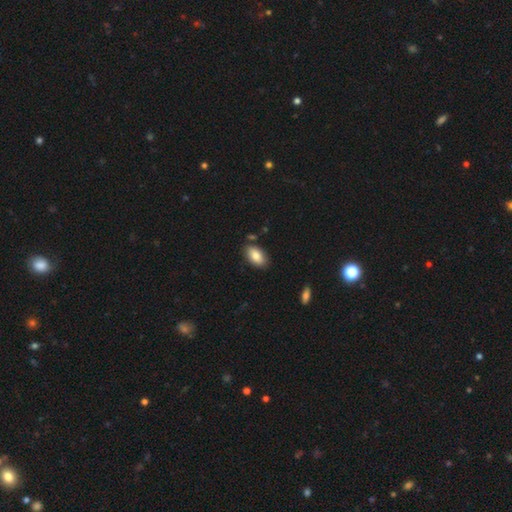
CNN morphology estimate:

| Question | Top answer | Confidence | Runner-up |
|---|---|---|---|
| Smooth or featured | smooth | 83% | featured or disk (10%) |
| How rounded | in between | 94% | round (4%) |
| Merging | none | 84% | minor disturbance (11%) |